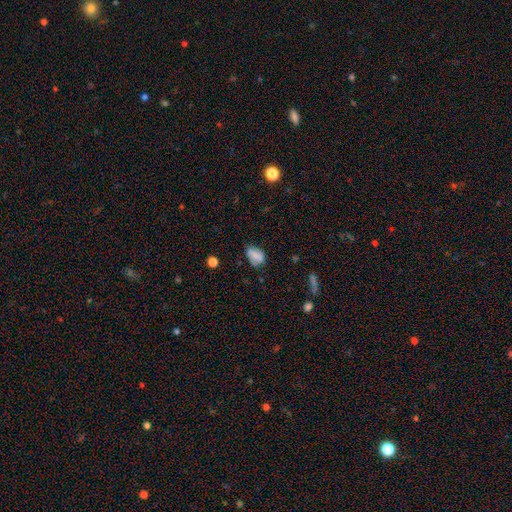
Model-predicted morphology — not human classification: smooth_or_featured: smooth (p=0.76) [alt: featured or disk p=0.13]
how_rounded: in between (p=0.81) [alt: round p=0.17]
merging: none (p=0.57) [alt: minor disturbance p=0.30]